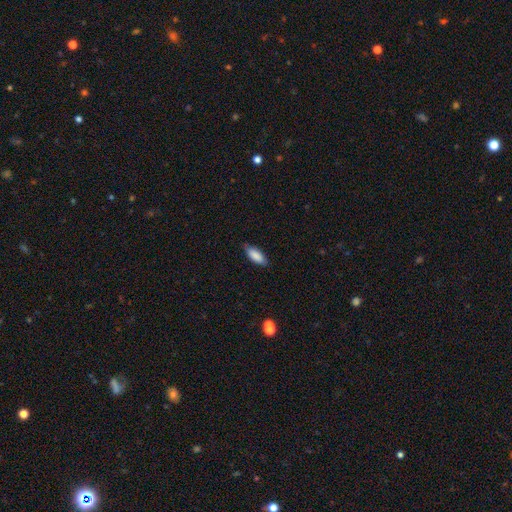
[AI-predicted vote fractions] Smooth or featured? Predicted: smooth (p=0.86). How rounded? Predicted: in between (p=0.77). Merging? Predicted: none (p=0.80).